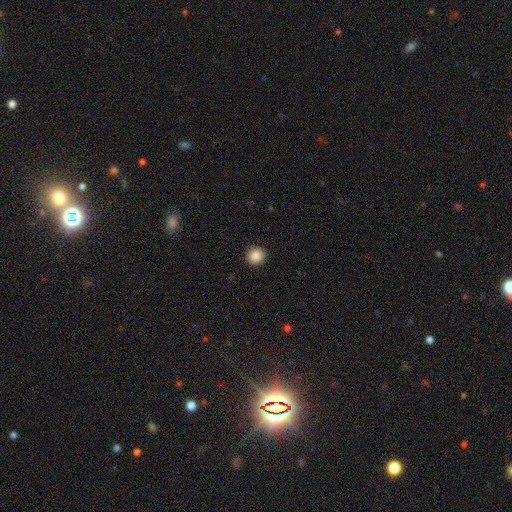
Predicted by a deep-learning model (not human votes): Smooth or featured? Predicted: smooth (p=0.87). How rounded? Predicted: round (p=0.90). Merging? Predicted: none (p=0.92).